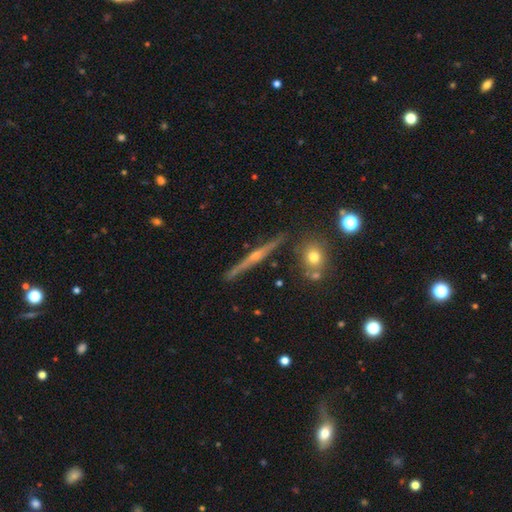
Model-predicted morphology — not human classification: Smooth or featured?
  - featured or disk: 79% *
  - smooth: 14%
  - star or artifact: 7%
Edge-on disk?
  - yes: 97% *
  - no: 3%
Edge-on bulge?
  - rounded: 81% *
  - none: 14%
  - boxy: 5%
Merging?
  - none: 87% *
  - minor disturbance: 8%
  - merger: 2%
  - major disturbance: 2%